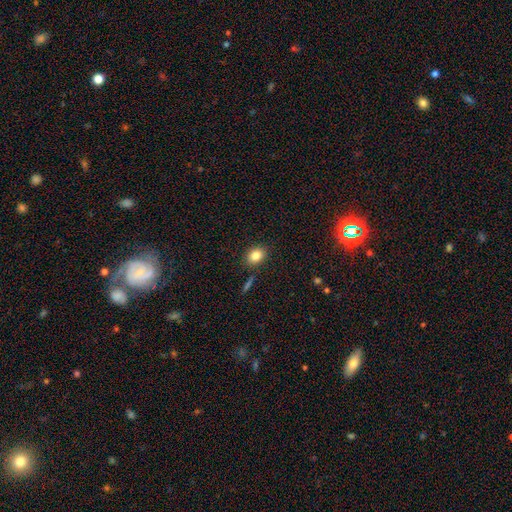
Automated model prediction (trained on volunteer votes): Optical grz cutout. It shows a smooth galaxy with no disk features (83%) that is in between round and cigar-shaped (57%). Merging: none (85%).